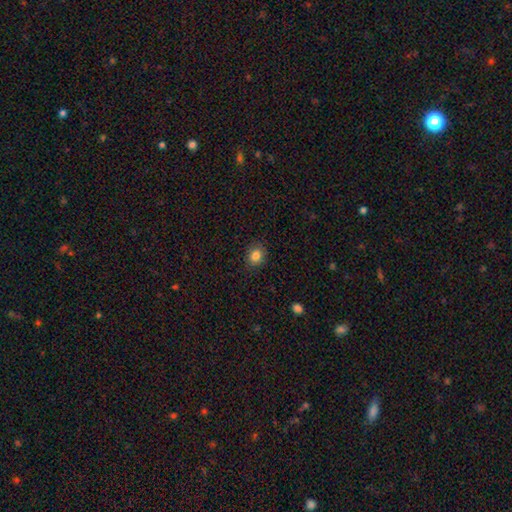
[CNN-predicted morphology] Smooth or featured? Predicted: smooth (p=0.84). How rounded? Predicted: round (p=0.56). Merging? Predicted: none (p=0.86).